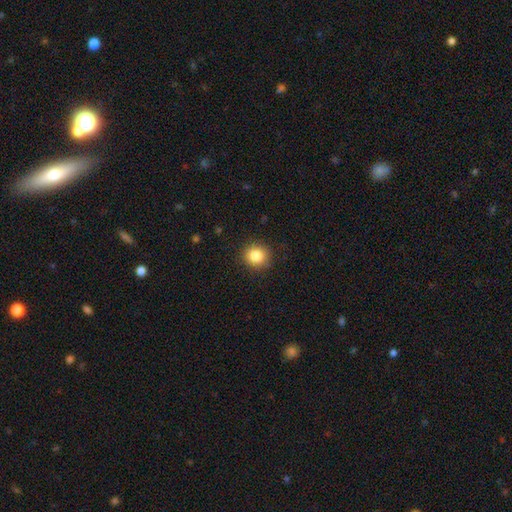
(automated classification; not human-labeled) Smooth or featured? Predicted: smooth (p=0.85). How rounded? Predicted: round (p=0.91). Merging? Predicted: none (p=0.90).